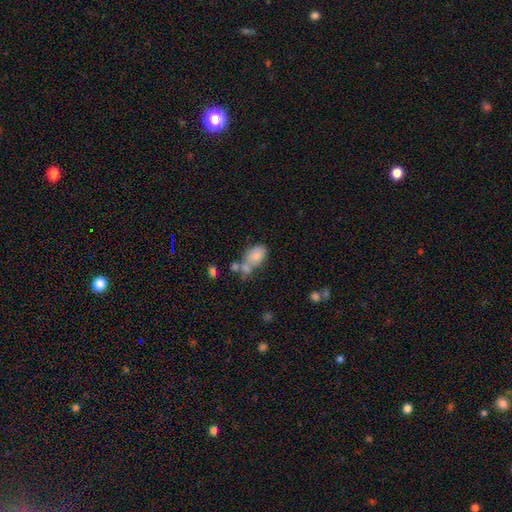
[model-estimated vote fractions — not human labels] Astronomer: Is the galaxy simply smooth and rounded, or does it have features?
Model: smooth — 75%.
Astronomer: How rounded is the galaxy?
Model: in between — 86%.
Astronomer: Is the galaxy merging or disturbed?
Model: merger — 39% (runner-up: none, 33%).